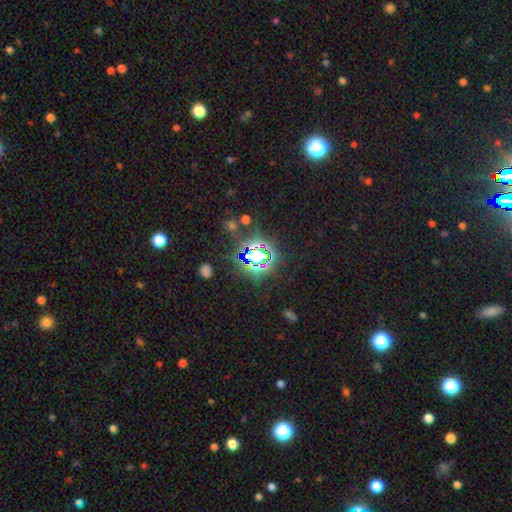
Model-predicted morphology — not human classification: star or artifact 76%, smooth 15%, featured or disk 9%.